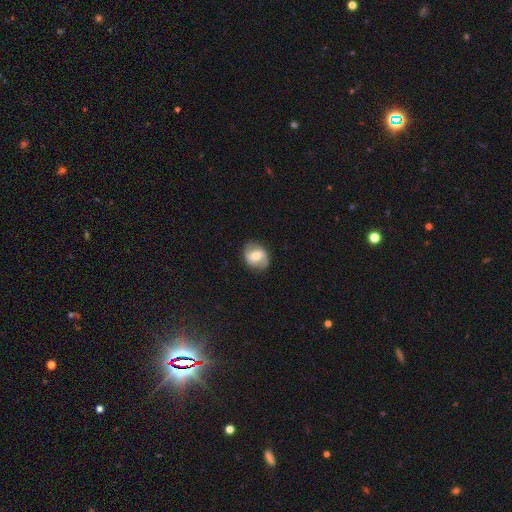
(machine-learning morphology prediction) smooth-or-featured: featured or disk: 50% | smooth: 43% | star or artifact: 7%
  merging: none: 83% | minor disturbance: 12% | major disturbance: 4% | merger: 1%